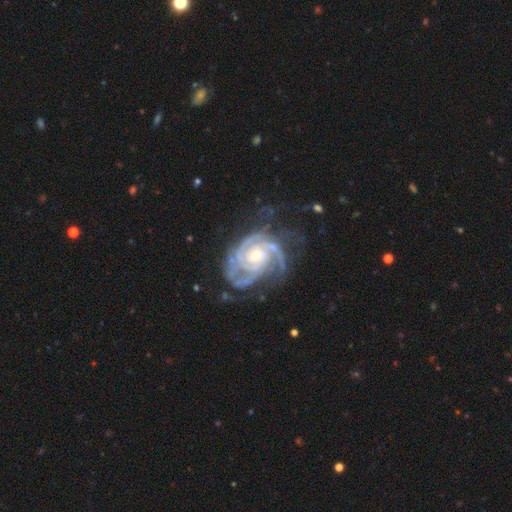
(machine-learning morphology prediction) smooth_or_featured: featured or disk (p=0.92) [alt: star or artifact p=0.05]
disk_edge_on: no (p=0.98) [alt: yes p=0.02]
bar: no (p=0.70) [alt: weak p=0.23]
has_spiral_arms: yes (p=0.98) [alt: no p=0.02]
spiral_winding: tight (p=0.68) [alt: medium p=0.28]
spiral_arm_count: 3 (p=0.33) [alt: 4 p=0.20]
bulge_size: small (p=0.58) [alt: moderate p=0.38]
merging: none (p=0.55) [alt: minor disturbance p=0.23]